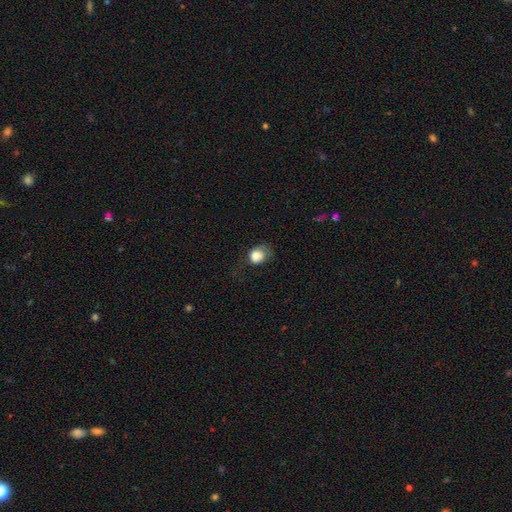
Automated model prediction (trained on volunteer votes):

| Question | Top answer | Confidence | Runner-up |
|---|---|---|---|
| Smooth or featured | smooth | 81% | featured or disk (10%) |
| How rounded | round | 58% | in between (41%) |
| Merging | none | 40% | minor disturbance (30%) |